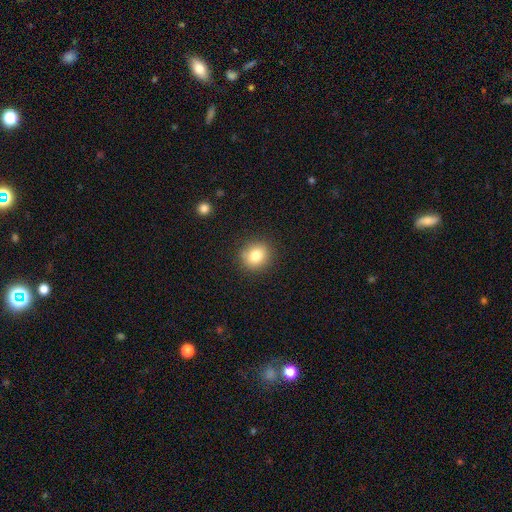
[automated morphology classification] type=smooth (81%); roundness=round (81%); merging=none (89%).